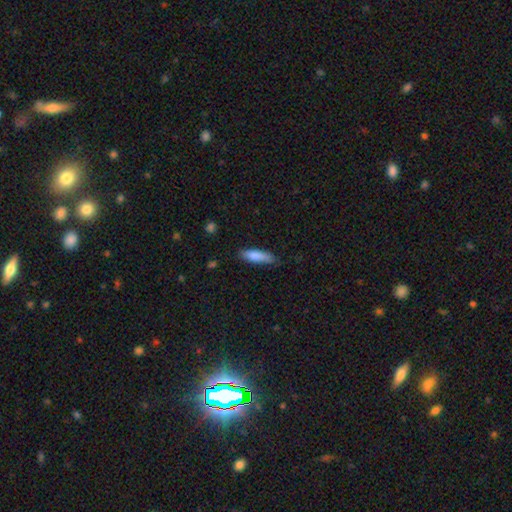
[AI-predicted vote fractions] Smooth or featured? smooth (82%)
How rounded? cigar-shaped (63%)
Merging? none (74%)